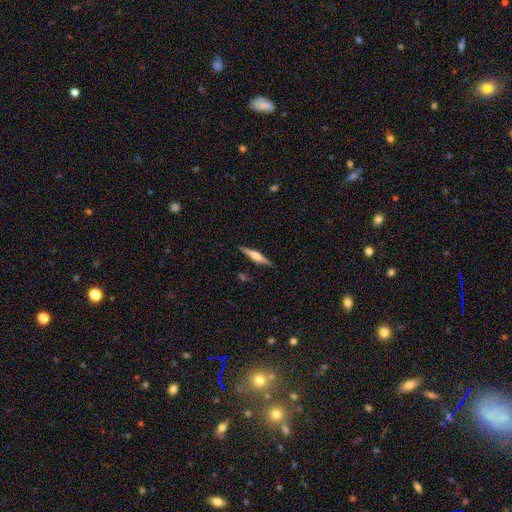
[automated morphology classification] Smooth or featured? featured or disk (66%)
Edge-on disk? yes (98%)
Edge-on bulge? rounded (84%)
Merging? none (89%)